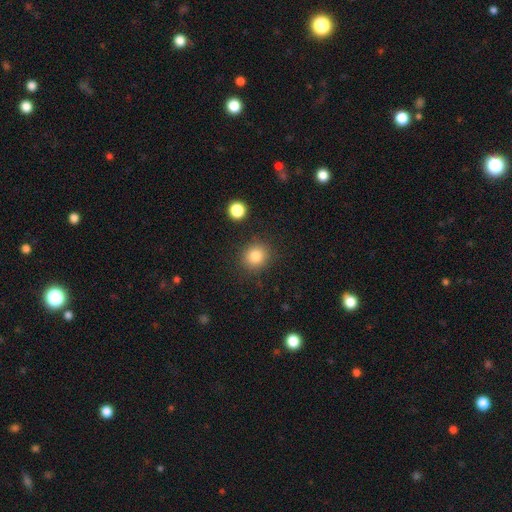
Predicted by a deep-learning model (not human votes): Morphology: type=smooth (83%); roundness=round (84%); merging=none (87%).